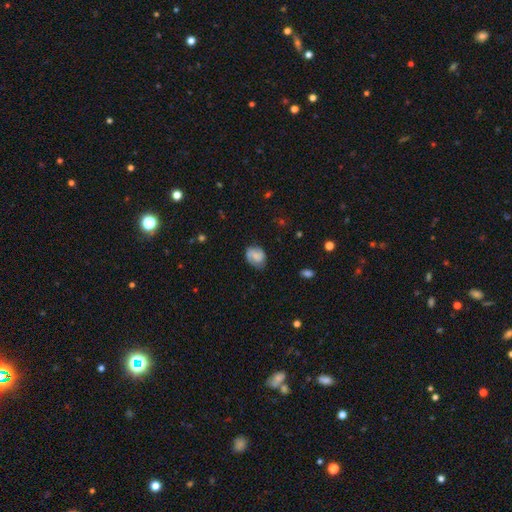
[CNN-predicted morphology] Smooth or featured? smooth (48%)
Merging? none (65%)